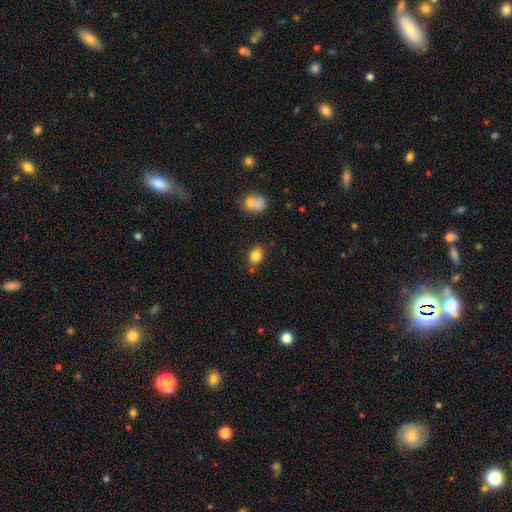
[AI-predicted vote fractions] Morphology: type=smooth (83%); roundness=in between (64%); merging=none (76%).